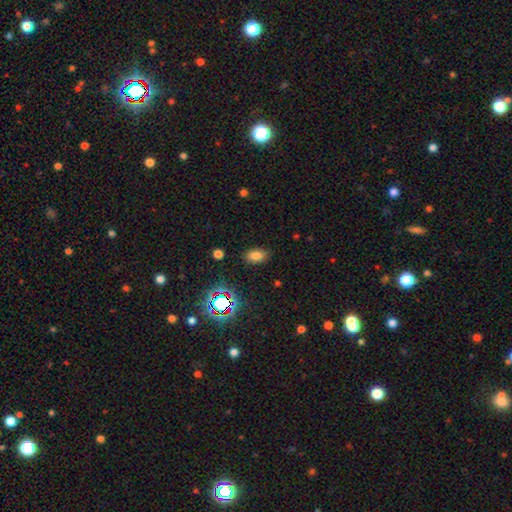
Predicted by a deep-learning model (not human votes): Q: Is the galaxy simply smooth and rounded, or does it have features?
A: smooth — 75%.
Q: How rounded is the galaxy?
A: in between — 89%.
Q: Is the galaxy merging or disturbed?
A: none — 86%.